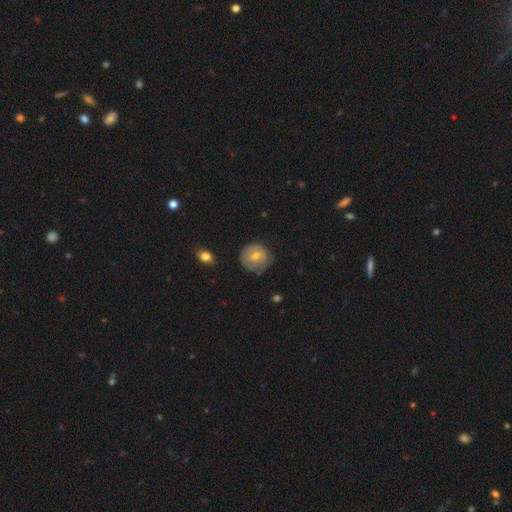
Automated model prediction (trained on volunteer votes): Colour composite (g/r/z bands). It shows a smooth galaxy with no disk features (57%) that is round (88%). Merging: none (76%).